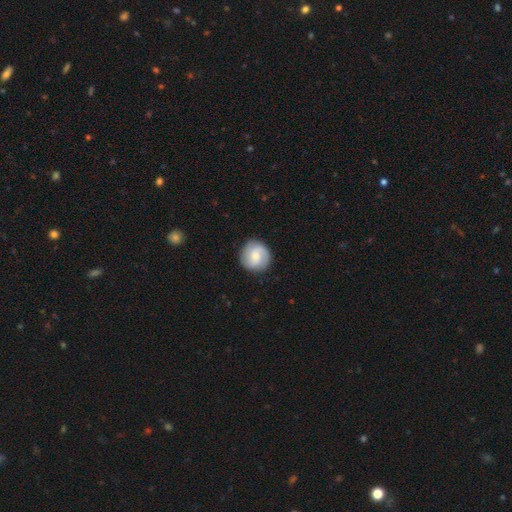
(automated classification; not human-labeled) This is possibly a featured or disk galaxy (57%). It is clearly not viewed edge-on (98%). Bar: possibly no (48%). Spiral arm pattern: clearly yes (92%). Spiral arm count: likely 2 (65%). Spiral winding: marginally medium (43%). Central bulge: marginally moderate (45%). Merging: clearly none (87%).